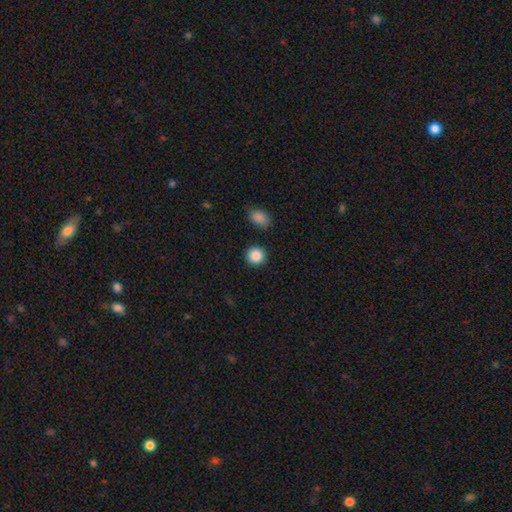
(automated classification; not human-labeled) This appears to be a smooth galaxy with no disk features (88%) that is round (92%). Merging: none (89%).